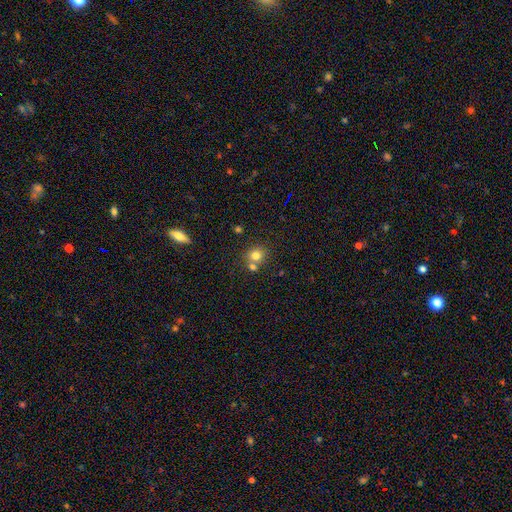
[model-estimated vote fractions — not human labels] Smooth or featured? smooth (77%)
How rounded? round (83%)
Merging? none (57%)